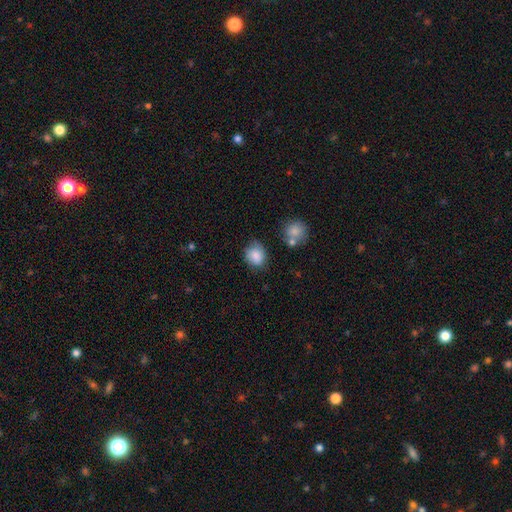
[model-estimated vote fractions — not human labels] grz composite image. It shows a smooth galaxy with no disk features (84%) that is round (58%). Merging: none (64%).